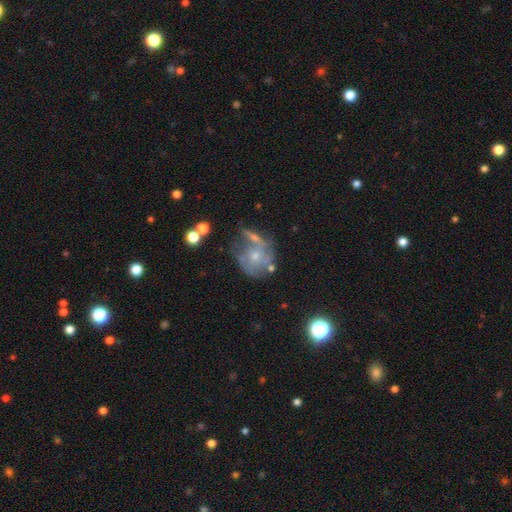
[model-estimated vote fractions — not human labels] A featured or disk galaxy (62%) with no bar (79%), spiral arms (66%) and a small central bulge (60%). Merging: none (43%).